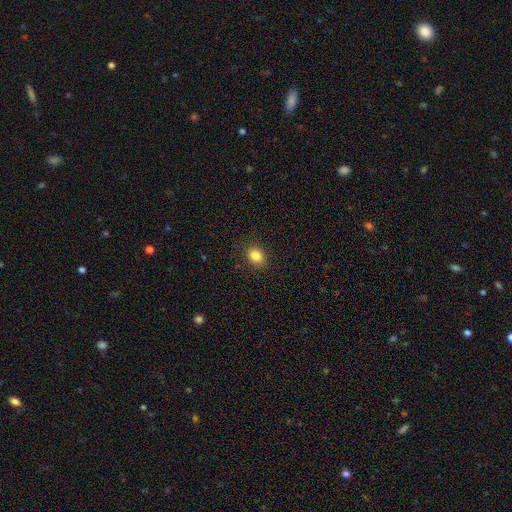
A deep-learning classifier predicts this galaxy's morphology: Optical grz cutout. It shows a smooth galaxy with no disk features (84%) that is round (52%). Merging: none (89%).